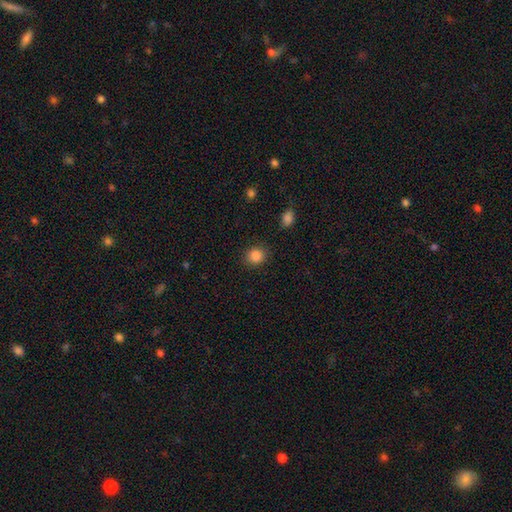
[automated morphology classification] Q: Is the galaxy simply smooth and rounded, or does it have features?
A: smooth — 86%.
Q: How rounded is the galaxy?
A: round — 82%.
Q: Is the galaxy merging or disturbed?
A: none — 86%.